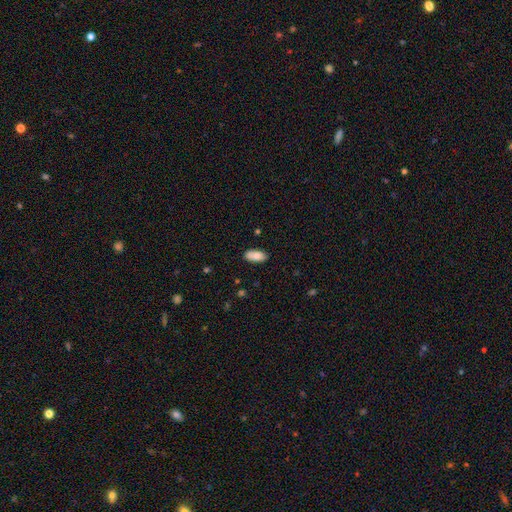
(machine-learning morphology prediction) smooth_or_featured: smooth (p=0.83) [alt: featured or disk p=0.10]
how_rounded: in between (p=0.90) [alt: cigar-shaped p=0.07]
merging: none (p=0.82) [alt: minor disturbance p=0.14]